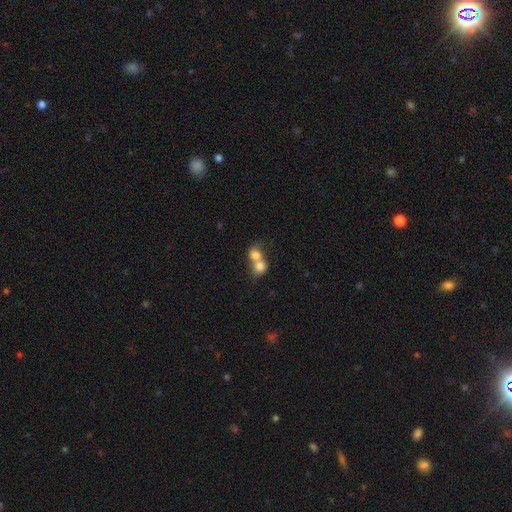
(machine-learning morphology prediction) Smooth or featured? Predicted: smooth (p=0.76). How rounded? Predicted: round (p=0.66). Merging? Predicted: merger (p=0.76).